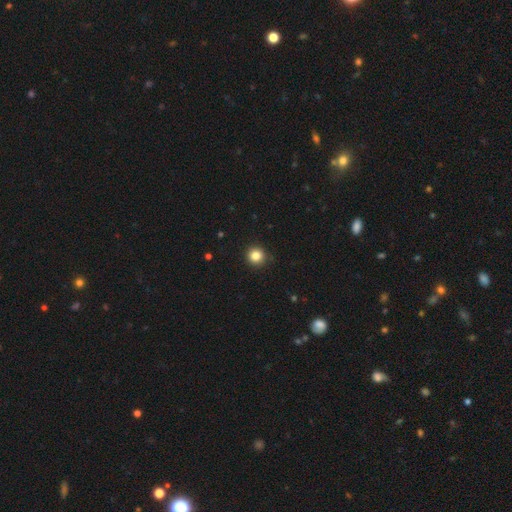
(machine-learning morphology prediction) A smooth galaxy with no disk features (84%) that is round (95%).

Vote fractions:
- Smooth or featured? smooth: 84% / star or artifact: 11% / featured or disk: 4%
- How rounded? round: 95% / in between: 4% / cigar-shaped: 1%
- Merging? none: 91% / minor disturbance: 6% / major disturbance: 2% / merger: 1%